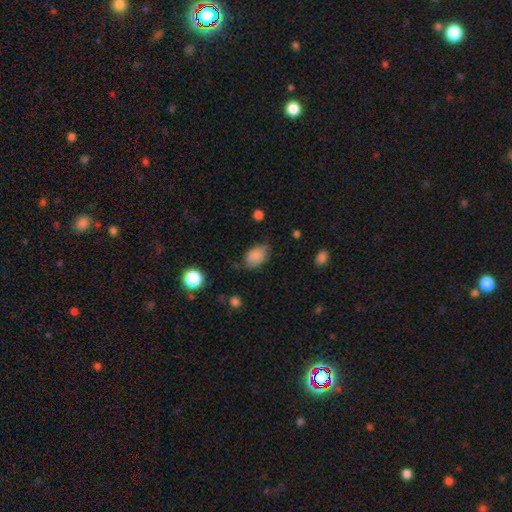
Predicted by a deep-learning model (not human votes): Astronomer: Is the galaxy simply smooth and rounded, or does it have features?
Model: smooth — 83%.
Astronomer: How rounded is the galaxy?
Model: in between — 88%.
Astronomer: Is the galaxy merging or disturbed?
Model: none — 63%.